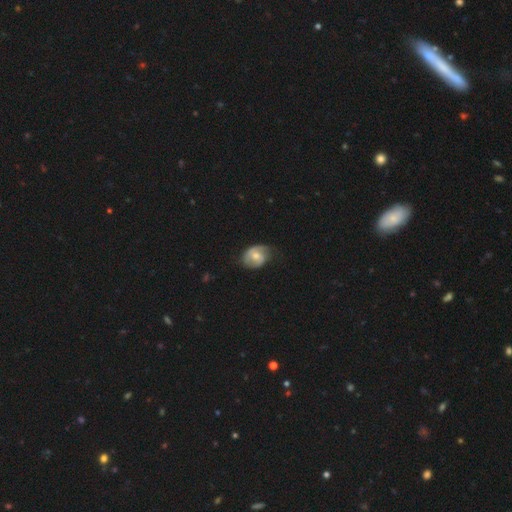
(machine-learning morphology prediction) Q: Smooth or featured?
A: featured or disk (62%); runner-up: smooth (32%)
Q: Edge-on disk?
A: no (97%); runner-up: yes (3%)
Q: Bar?
A: no (48%); runner-up: weak (43%)
Q: Spiral arms?
A: yes (85%); runner-up: no (15%)
Q: Spiral winding?
A: medium (41%); runner-up: tight (34%)
Q: Spiral arm count?
A: 2 (65%); runner-up: 1 (20%)
Q: Bulge size?
A: moderate (63%); runner-up: small (29%)
Q: Merging?
A: none (56%); runner-up: minor disturbance (30%)